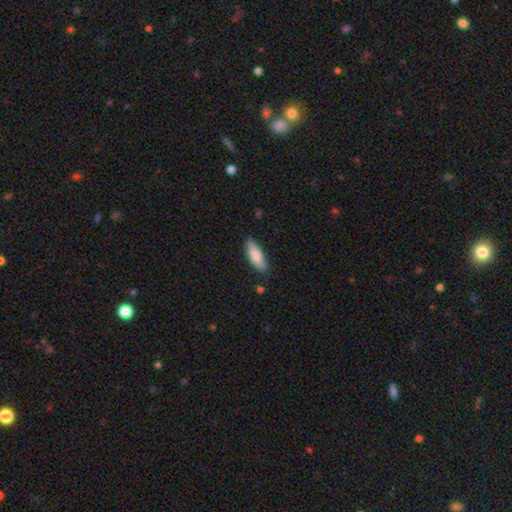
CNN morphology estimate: smooth-or-featured: smooth: 80% | featured or disk: 14% | star or artifact: 6%
  how-rounded: in between: 60% | cigar-shaped: 38% | round: 2%
  merging: none: 79% | minor disturbance: 17% | major disturbance: 3% | merger: 2%